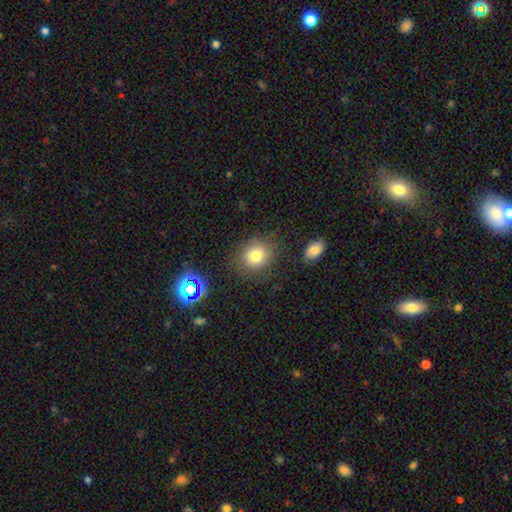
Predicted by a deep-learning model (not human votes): Smooth or featured? smooth (78%)
How rounded? round (78%)
Merging? none (83%)